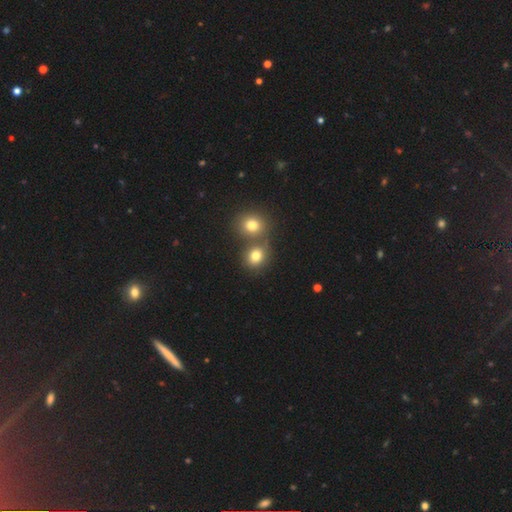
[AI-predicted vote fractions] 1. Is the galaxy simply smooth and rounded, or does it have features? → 77% smooth, 13% star or artifact, 9% featured or disk.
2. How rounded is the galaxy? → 77% round, 22% in between, 1% cigar-shaped.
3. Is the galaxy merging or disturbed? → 45% merger (tied), 45% none (tied), 8% minor disturbance, 3% major disturbance.